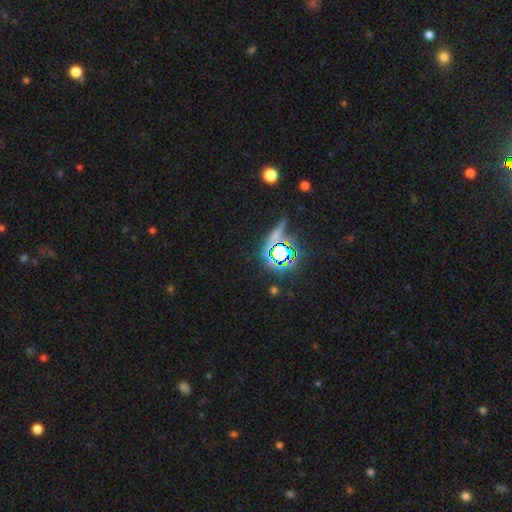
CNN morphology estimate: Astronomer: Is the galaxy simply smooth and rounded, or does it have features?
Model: star or artifact — 82%.